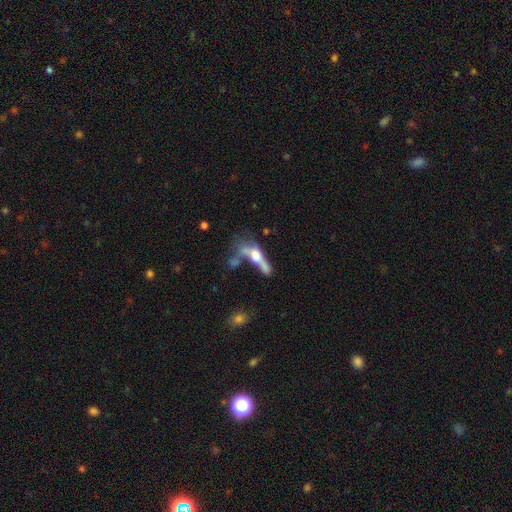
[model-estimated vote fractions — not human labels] Morphology: type=featured or disk (47%); merging=merger (42%).